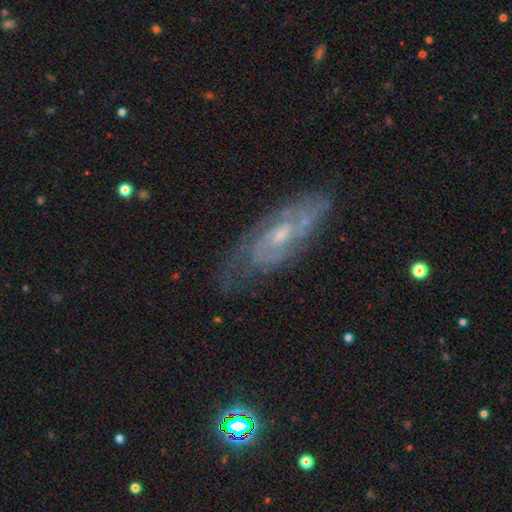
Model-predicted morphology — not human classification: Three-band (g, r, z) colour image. It shows a featured or disk galaxy (77%) with no bar (57%), tight (53%) spiral arms (85%) and a small central bulge (56%). Merging: none (67%).